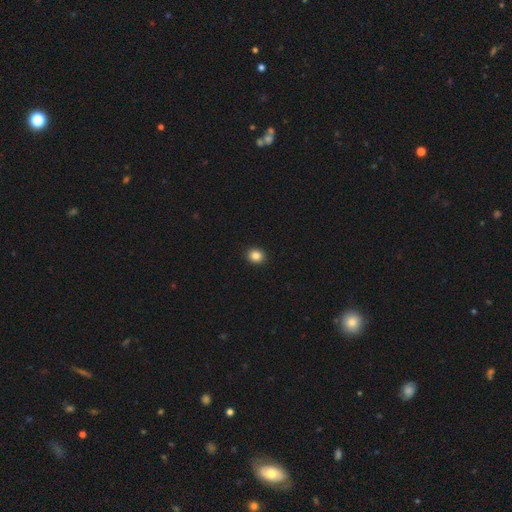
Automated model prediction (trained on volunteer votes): smooth-or-featured: smooth: 86% | star or artifact: 10% | featured or disk: 4%
  how-rounded: round: 77% | in between: 22% | cigar-shaped: 1%
  merging: none: 93% | minor disturbance: 5% | major disturbance: 2% | merger: 1%